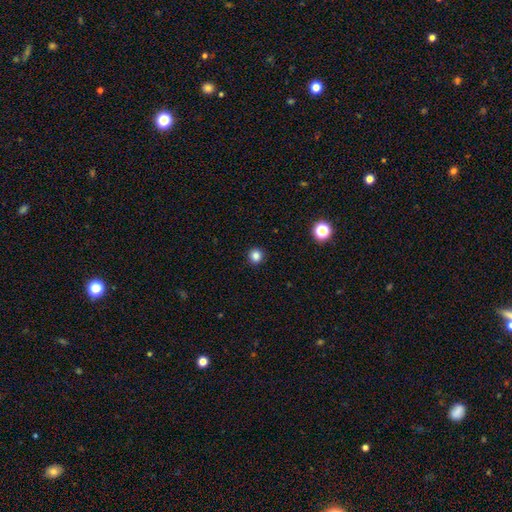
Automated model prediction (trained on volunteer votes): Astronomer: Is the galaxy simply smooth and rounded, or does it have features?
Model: smooth — 84%.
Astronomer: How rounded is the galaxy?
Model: round — 93%.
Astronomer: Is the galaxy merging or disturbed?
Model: none — 92%.